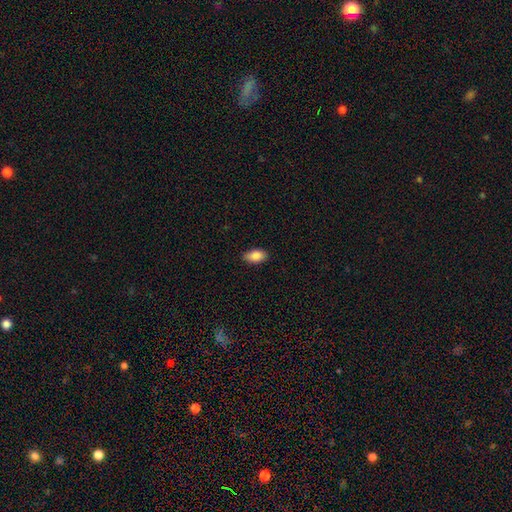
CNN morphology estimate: A smooth galaxy with no disk features (88%) that is in between round and cigar-shaped (93%).

Vote fractions:
- Smooth or featured? smooth: 88% / star or artifact: 7% / featured or disk: 5%
- How rounded? in between: 93% / round: 5% / cigar-shaped: 3%
- Merging? none: 86% / minor disturbance: 11% / major disturbance: 2% / merger: 1%